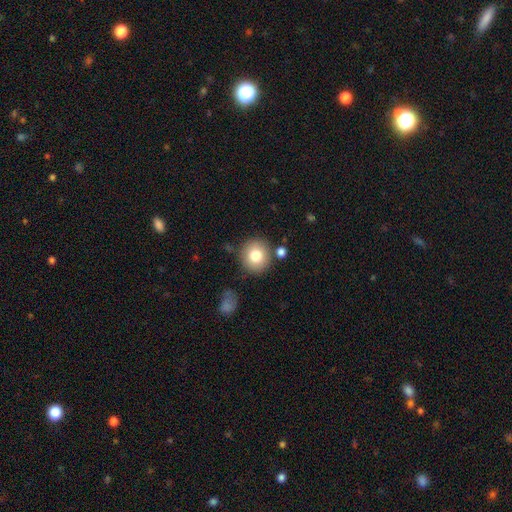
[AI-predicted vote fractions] Smooth or featured? smooth (79%)
How rounded? round (90%)
Merging? none (81%)